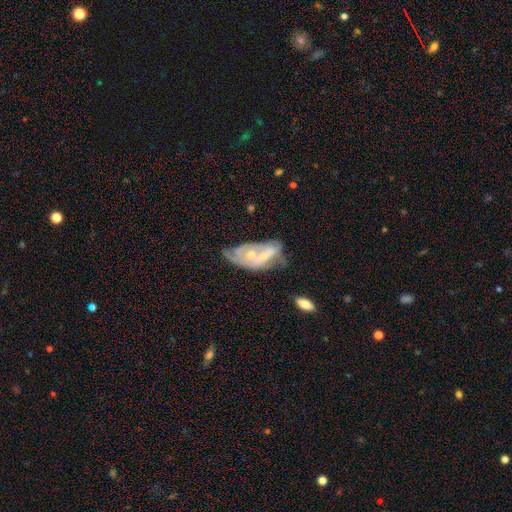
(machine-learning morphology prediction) A featured or disk galaxy (64%) with no bar (72%), spiral arms (50%, tied with no) and a small central bulge (48%).

Vote fractions:
- Smooth or featured? featured or disk: 64% / smooth: 28% / star or artifact: 8%
- Edge-on disk? no: 91% / yes: 9%
- Bar? no: 72% / weak: 21% / strong: 7%
- Spiral arms? yes: 50% (tied) / no: 50% (tied)
- Bulge size? small: 48% / moderate: 45% / none: 3% / large: 2% / dominant: 1%
- Merging? merger: 36% / none: 24% / major disturbance: 21% / minor disturbance: 20%